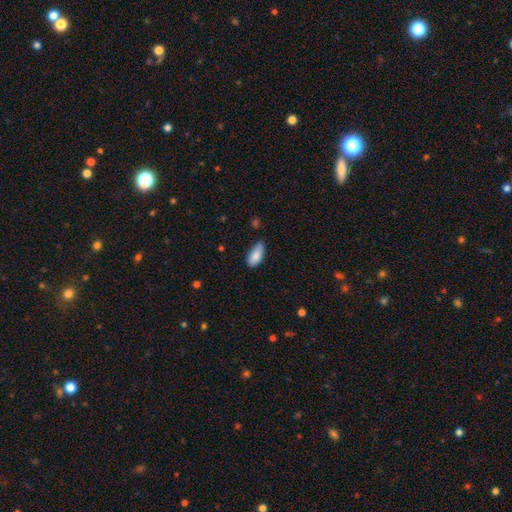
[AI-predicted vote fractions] This is clearly a smooth galaxy (86%). How rounded: clearly in between (91%). Merging: possibly none (60%).